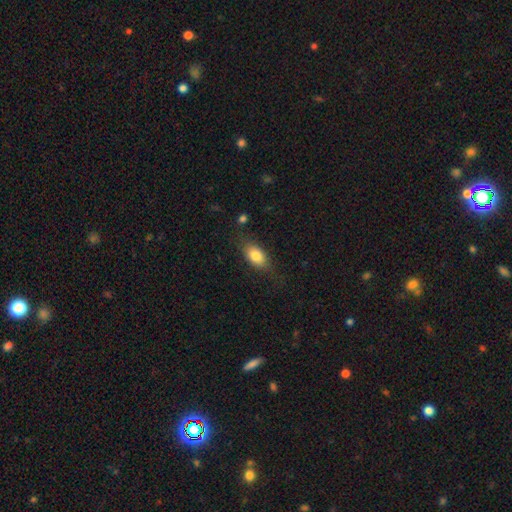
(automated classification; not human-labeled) Smooth or featured? smooth (80%)
How rounded? in between (86%)
Merging? none (74%)